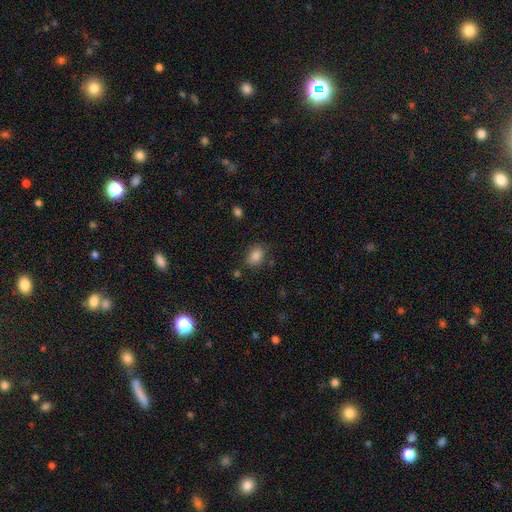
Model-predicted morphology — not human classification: smooth-or-featured: smooth: 85% | star or artifact: 10% | featured or disk: 5%
  how-rounded: in between: 73% | round: 26% | cigar-shaped: 1%
  merging: none: 77% | minor disturbance: 15% | major disturbance: 5% | merger: 4%